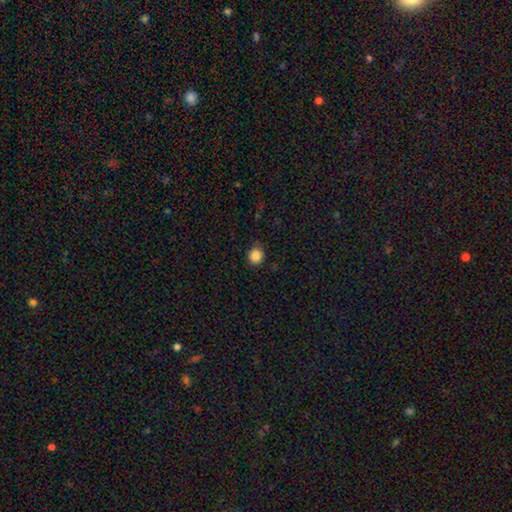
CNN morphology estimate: smooth 86%, star or artifact 10%, featured or disk 3%. Down the decision tree: how rounded — round (88%); merging — none (86%).